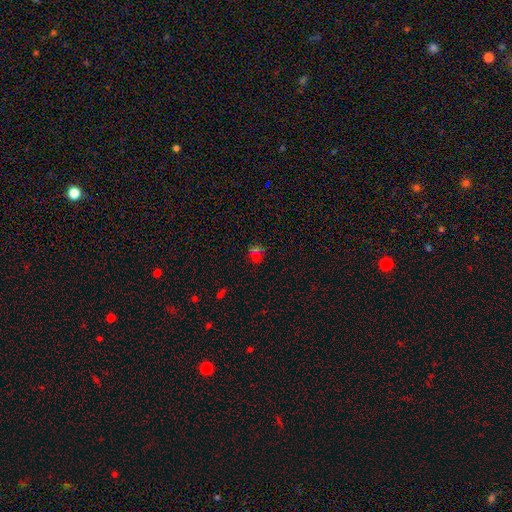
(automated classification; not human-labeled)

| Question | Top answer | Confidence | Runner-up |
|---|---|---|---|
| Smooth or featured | smooth | 49% | star or artifact (41%) |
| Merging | none | 63% | minor disturbance (19%) |